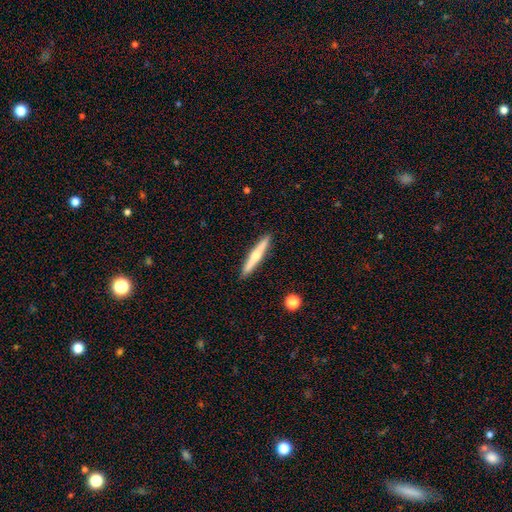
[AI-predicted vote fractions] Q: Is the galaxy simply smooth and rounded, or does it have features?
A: featured or disk — 51%.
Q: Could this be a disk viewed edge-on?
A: yes — 97%.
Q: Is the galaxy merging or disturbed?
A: none — 91%.